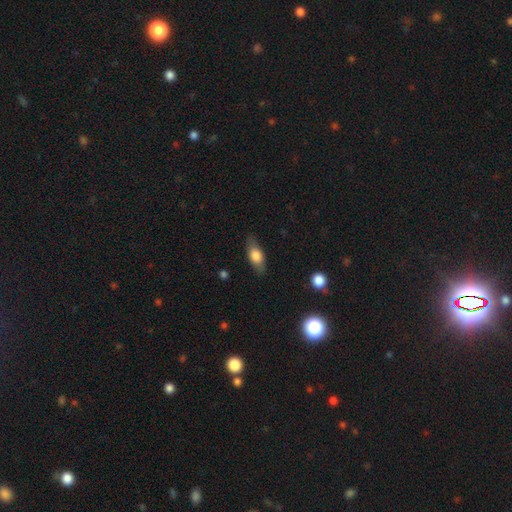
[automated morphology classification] Q: Smooth or featured?
A: smooth (71%); runner-up: featured or disk (23%)
Q: How rounded?
A: in between (79%); runner-up: cigar-shaped (15%)
Q: Merging?
A: none (78%); runner-up: minor disturbance (16%)